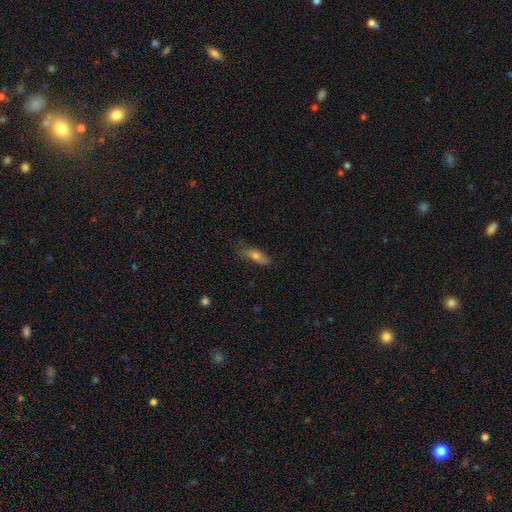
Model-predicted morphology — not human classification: This is likely a smooth galaxy (64%). How rounded: possibly in between (52%). Merging: likely none (74%).